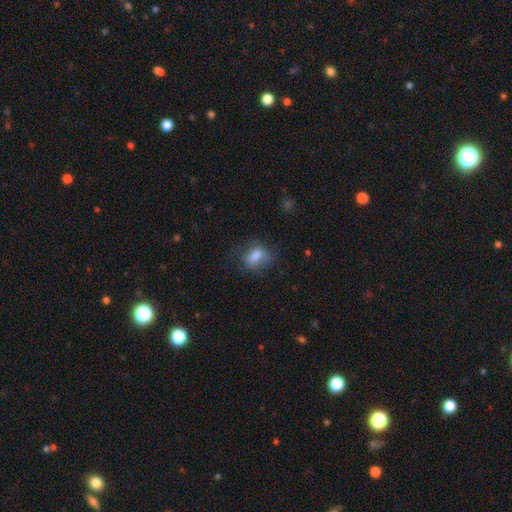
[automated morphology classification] Overall: smooth (76%). How rounded: in between (76%). Merging: none (57%; minor disturbance 25%).